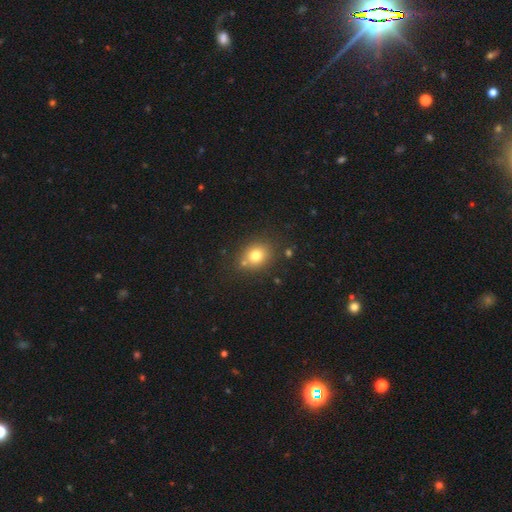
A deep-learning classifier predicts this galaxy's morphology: Q: Smooth or featured?
A: smooth (77%); runner-up: star or artifact (13%)
Q: How rounded?
A: round (61%); runner-up: in between (38%)
Q: Merging?
A: none (77%); runner-up: minor disturbance (12%)